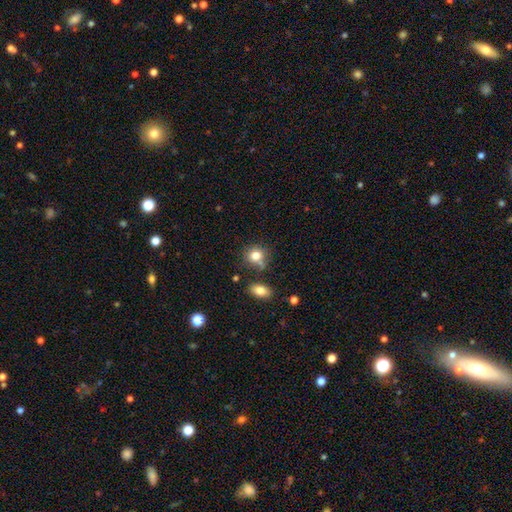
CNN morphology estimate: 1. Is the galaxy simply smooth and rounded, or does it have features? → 80% smooth, 11% star or artifact, 9% featured or disk.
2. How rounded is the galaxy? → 73% round, 26% in between, 1% cigar-shaped.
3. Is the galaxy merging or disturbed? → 64% none, 16% merger, 15% minor disturbance, 5% major disturbance.